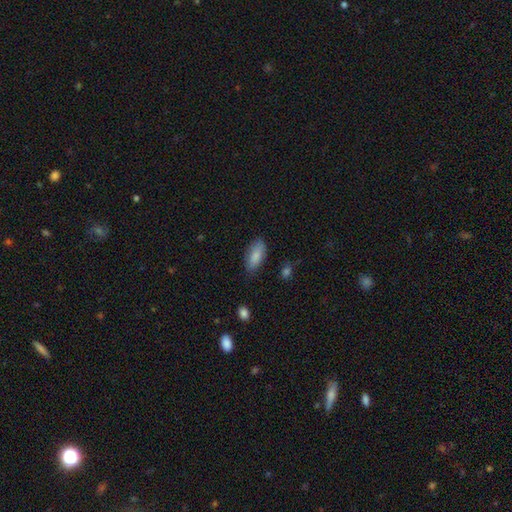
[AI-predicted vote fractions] Overall: smooth (86%). How rounded: in between (86%). Merging: none (78%).